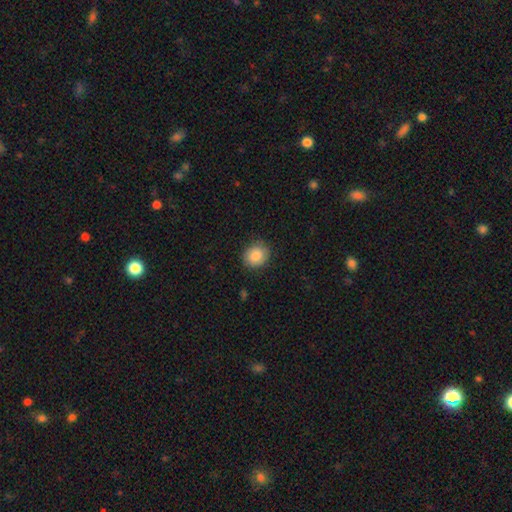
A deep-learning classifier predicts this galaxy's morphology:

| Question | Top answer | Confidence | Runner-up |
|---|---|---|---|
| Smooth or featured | smooth | 87% | star or artifact (8%) |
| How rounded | round | 66% | in between (33%) |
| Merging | none | 85% | minor disturbance (11%) |